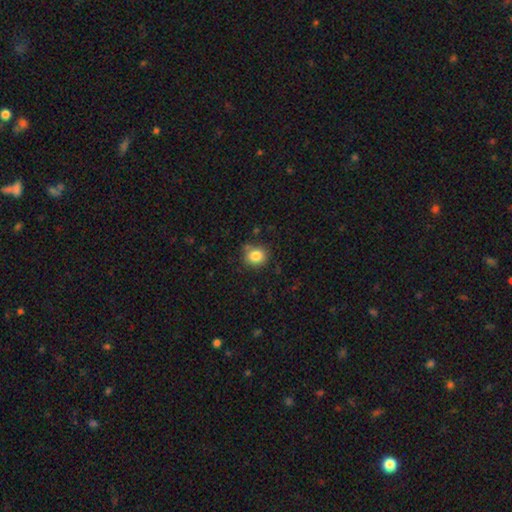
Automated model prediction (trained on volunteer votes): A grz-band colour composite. It shows a smooth galaxy with no disk features (84%) that is round (76%). Merging: none (80%).